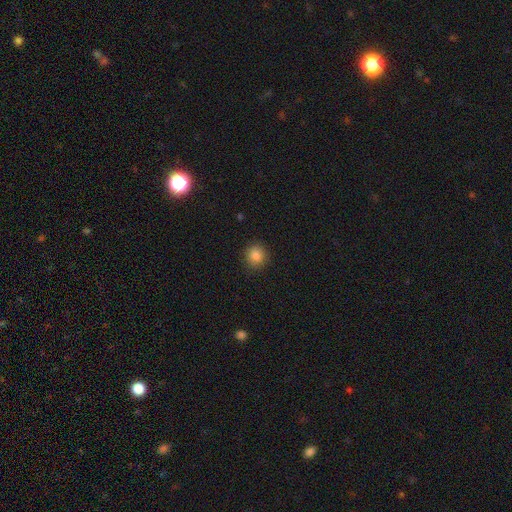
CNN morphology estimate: Q: Smooth or featured?
A: smooth (85%); runner-up: star or artifact (11%)
Q: How rounded?
A: round (91%); runner-up: in between (8%)
Q: Merging?
A: none (90%); runner-up: minor disturbance (7%)